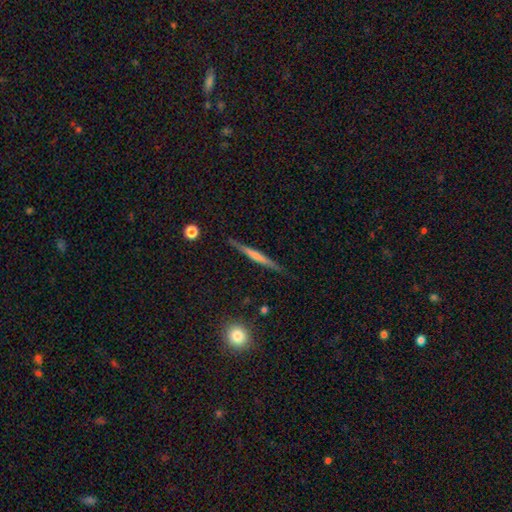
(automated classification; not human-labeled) smooth-or-featured: featured or disk: 54% | smooth: 39% | star or artifact: 6%
  disk-edge-on: yes: 97% | no: 3%
    edge-on-bulge: none: 65% | rounded: 22% | boxy: 13%
  merging: none: 88% | minor disturbance: 9% | major disturbance: 2% | merger: 1%